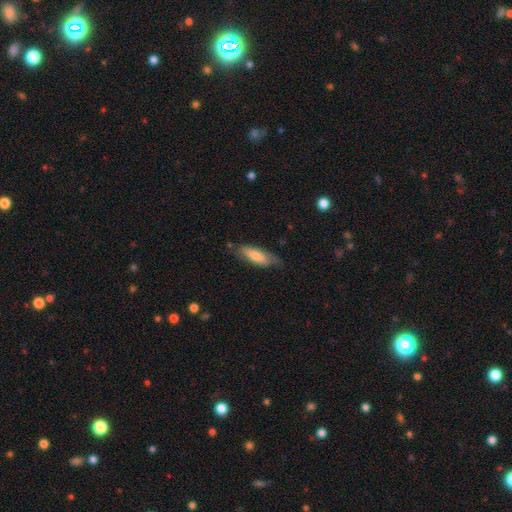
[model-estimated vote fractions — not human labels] This appears to be a smooth galaxy with no disk features (65%) that is cigar-shaped (51%). Merging: none (72%).